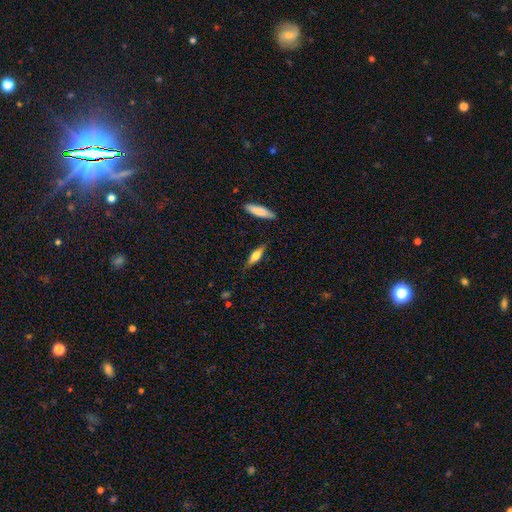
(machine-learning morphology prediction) Overall: smooth (58%; featured or disk 35%). How rounded: cigar-shaped (63%; in between 34%). Merging: none (81%).